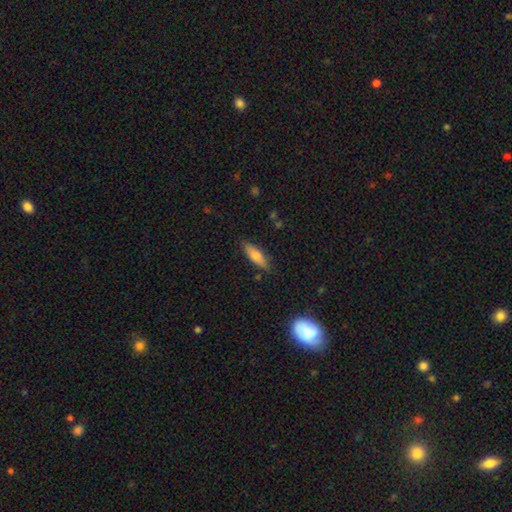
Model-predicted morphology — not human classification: A smooth galaxy with no disk features (68%) that is cigar-shaped (53%). Merging: none (83%).